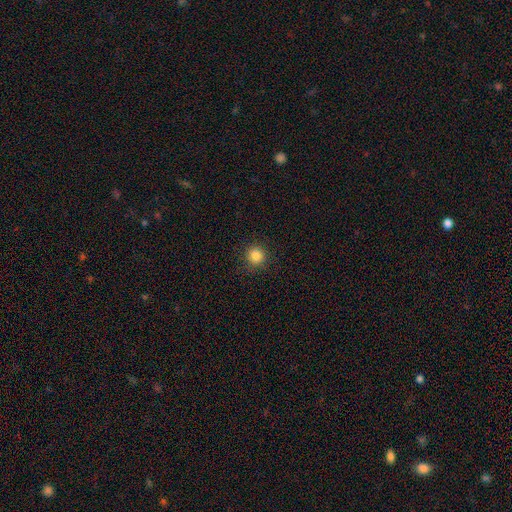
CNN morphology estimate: smooth_or_featured: smooth (p=0.84) [alt: star or artifact p=0.12]
how_rounded: round (p=0.93) [alt: in between p=0.06]
merging: none (p=0.89) [alt: minor disturbance p=0.07]